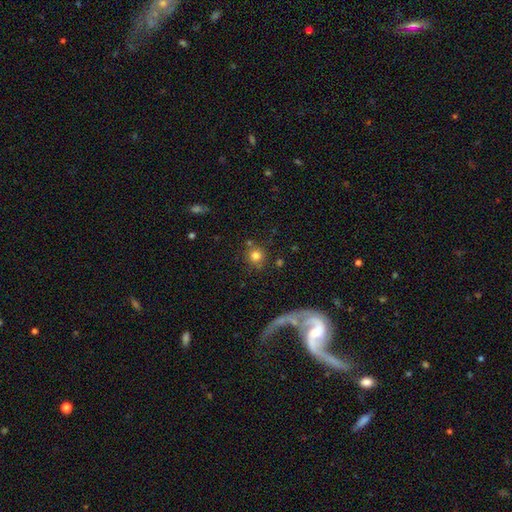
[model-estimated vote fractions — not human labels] The model was most divided on "smooth or featured": smooth: 78%, star or artifact: 12%, featured or disk: 10%. More confident: how rounded — round (92%); merging — none (77%).